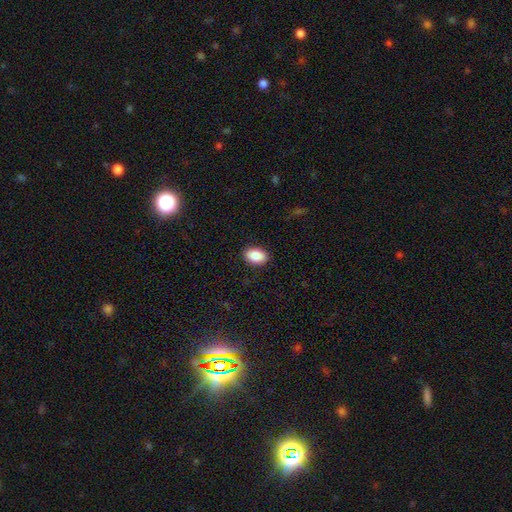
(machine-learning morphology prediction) This is clearly a smooth galaxy (89%). How rounded: clearly in between (90%). Merging: clearly none (89%).